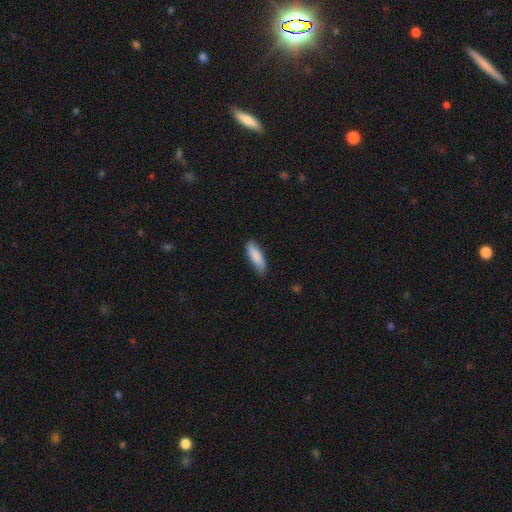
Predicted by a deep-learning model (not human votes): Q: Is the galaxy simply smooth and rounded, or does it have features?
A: smooth — 87%.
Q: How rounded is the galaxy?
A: in between — 53%.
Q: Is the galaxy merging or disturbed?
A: none — 76%.